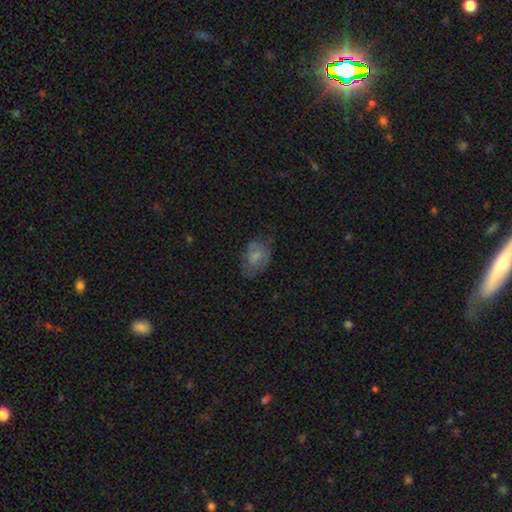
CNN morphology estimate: smooth_or_featured: smooth (p=0.64) [alt: featured or disk p=0.26]
how_rounded: in between (p=0.83) [alt: round p=0.16]
merging: none (p=0.55) [alt: minor disturbance p=0.27]